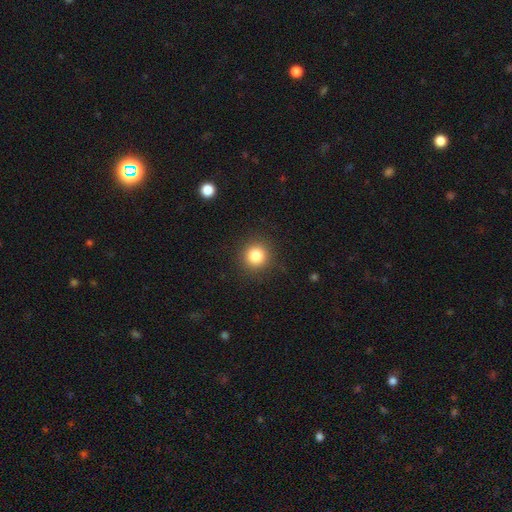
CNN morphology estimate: Overall: smooth (82%). How rounded: round (93%). Merging: none (90%).